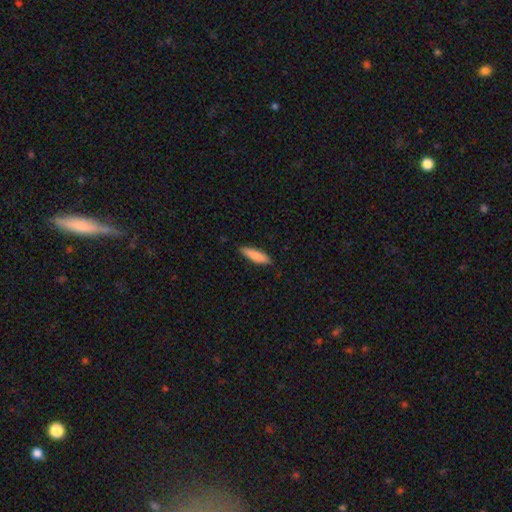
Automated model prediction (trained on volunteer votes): smooth_or_featured: smooth (p=0.84) [alt: featured or disk p=0.11]
how_rounded: cigar-shaped (p=0.62) [alt: in between p=0.36]
merging: none (p=0.85) [alt: minor disturbance p=0.12]